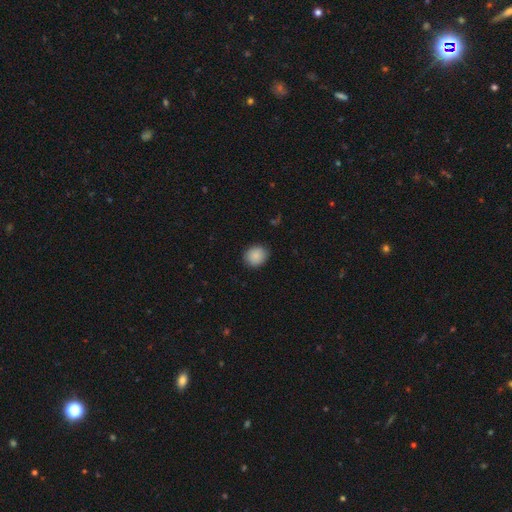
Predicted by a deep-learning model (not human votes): smooth-or-featured: smooth: 88% | star or artifact: 8% | featured or disk: 4%
  how-rounded: round: 73% | in between: 26% | cigar-shaped: 1%
  merging: none: 88% | minor disturbance: 9% | major disturbance: 2% | merger: 1%